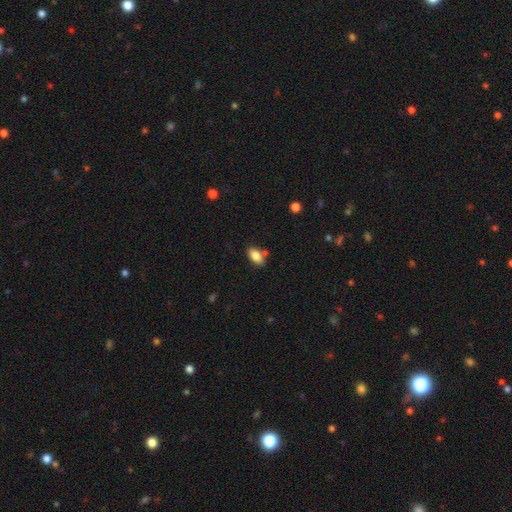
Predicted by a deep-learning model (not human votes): Morphology: type=smooth (83%); roundness=in between (91%); merging=none (73%).